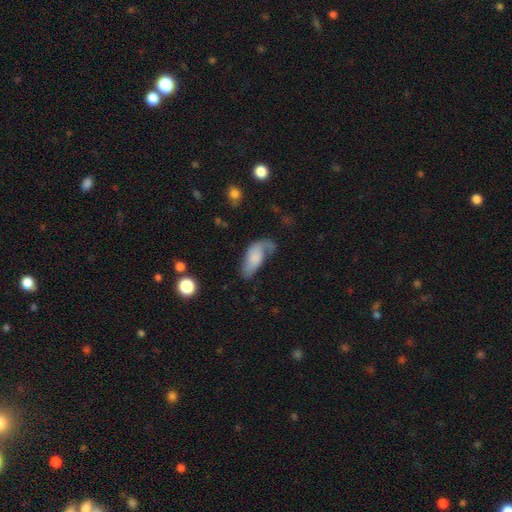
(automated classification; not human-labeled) smooth 56%, featured or disk 37%, star or artifact 7%. Down the decision tree: how rounded — in between (89%); merging — major disturbance (37%).